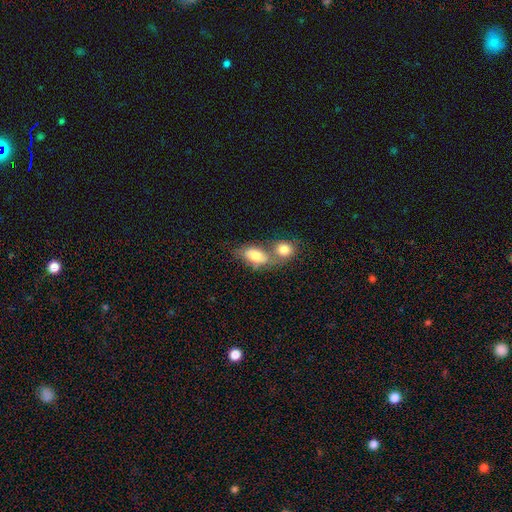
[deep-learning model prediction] Q: Smooth or featured?
A: smooth (79%); runner-up: featured or disk (14%)
Q: How rounded?
A: in between (83%); runner-up: round (13%)
Q: Merging?
A: merger (60%); runner-up: none (24%)